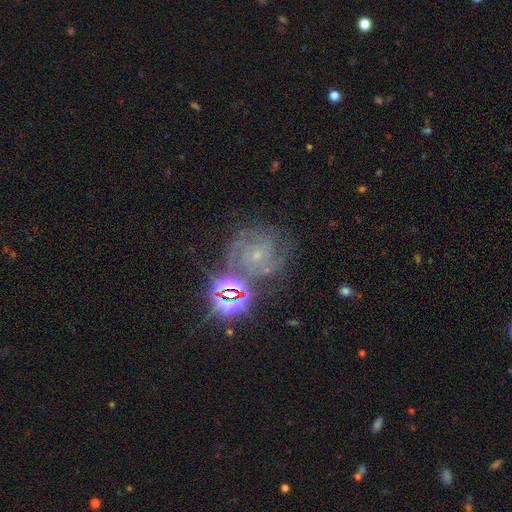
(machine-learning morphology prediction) Q: Smooth or featured?
A: featured or disk (62%); runner-up: star or artifact (26%)
Q: Edge-on disk?
A: no (97%); runner-up: yes (3%)
Q: Bar?
A: no (64%); runner-up: weak (28%)
Q: Spiral arms?
A: yes (93%); runner-up: no (7%)
Q: Spiral winding?
A: tight (61%); runner-up: medium (32%)
Q: Spiral arm count?
A: can't tell (31%); runner-up: 3 (25%)
Q: Bulge size?
A: small (76%); runner-up: moderate (16%)
Q: Merging?
A: none (62%); runner-up: minor disturbance (18%)